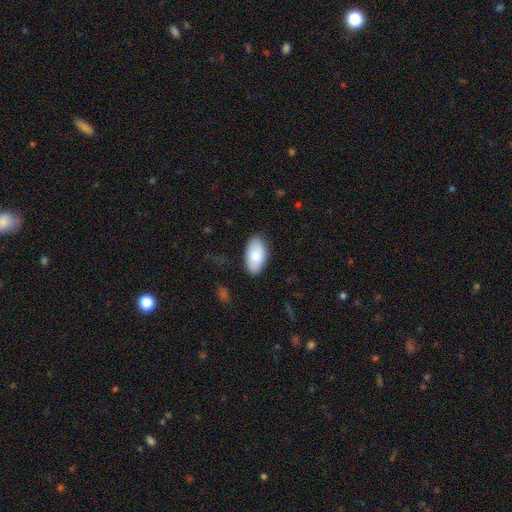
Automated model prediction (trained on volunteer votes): smooth_or_featured: smooth (p=0.83) [alt: featured or disk p=0.11]
how_rounded: in between (p=0.95) [alt: round p=0.03]
merging: none (p=0.86) [alt: minor disturbance p=0.11]